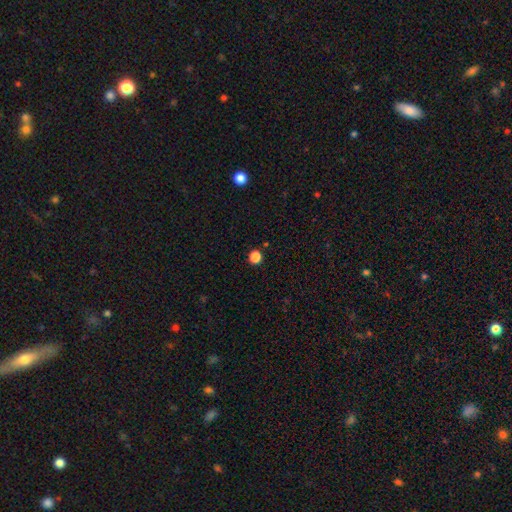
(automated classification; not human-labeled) A smooth galaxy with no disk features (84%) that is round (87%). Merging: none (92%).